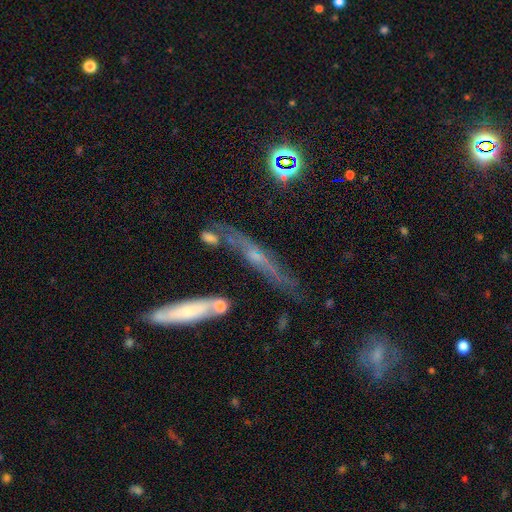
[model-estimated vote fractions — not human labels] This is possibly a featured or disk galaxy (59%). It is clearly viewed edge-on (82%). Merging: likely none (69%).